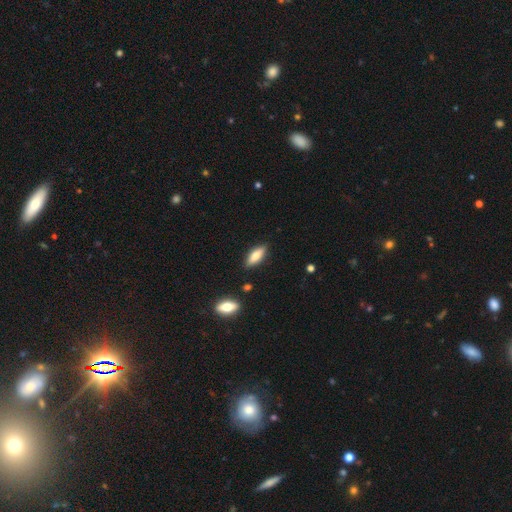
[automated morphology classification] Overall: smooth (72%). How rounded: in between (62%; cigar-shaped 36%). Merging: none (85%).